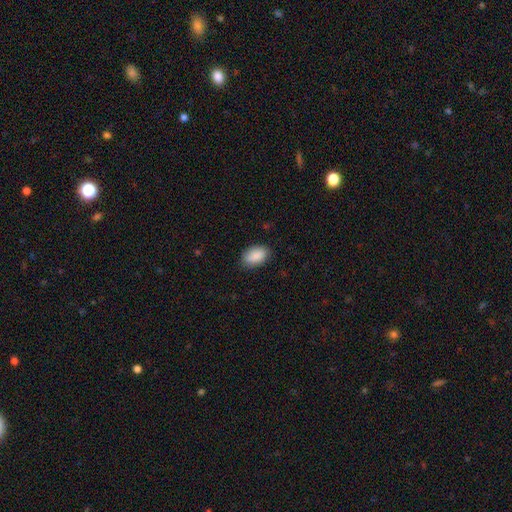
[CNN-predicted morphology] smooth-or-featured: smooth: 90% | star or artifact: 6% | featured or disk: 4%
  how-rounded: in between: 91% | round: 7% | cigar-shaped: 1%
  merging: none: 83% | minor disturbance: 13% | major disturbance: 3% | merger: 1%